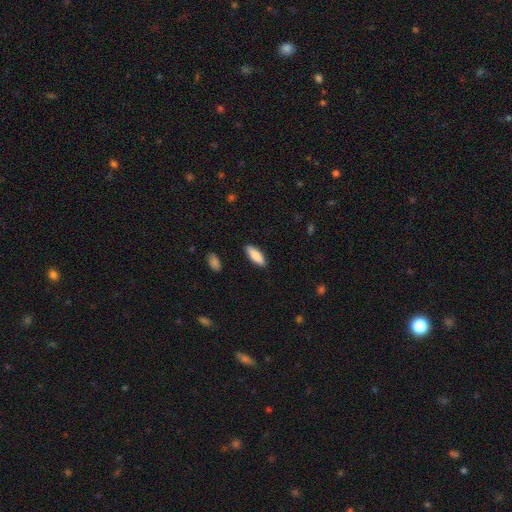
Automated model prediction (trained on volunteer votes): This appears to be a smooth galaxy with no disk features (87%) that is in between round and cigar-shaped (64%). Merging: none (88%).